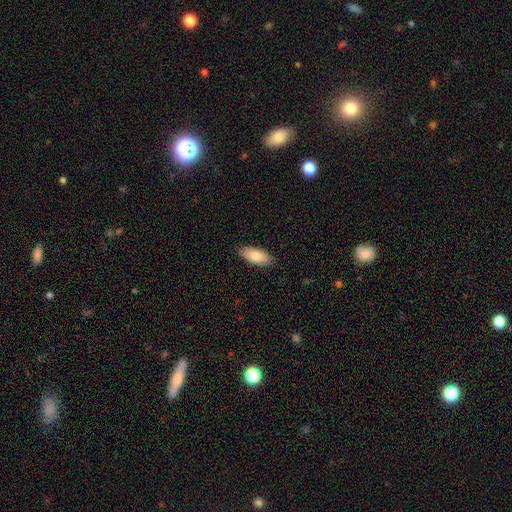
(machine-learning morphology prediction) Smooth or featured? Predicted: smooth (p=0.81). How rounded? Predicted: in between (p=0.85). Merging? Predicted: none (p=0.89).